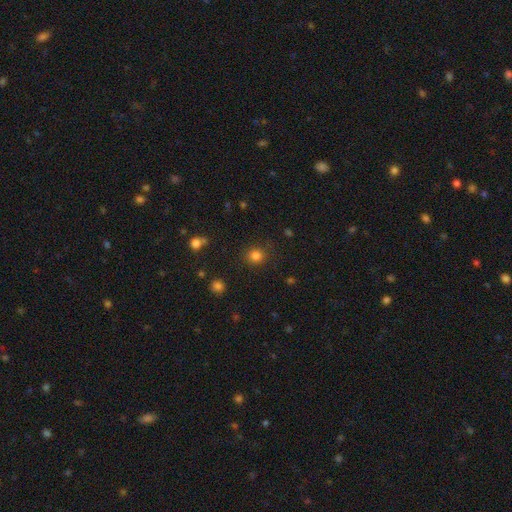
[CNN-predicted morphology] Q: Smooth or featured?
A: smooth (82%); runner-up: star or artifact (14%)
Q: How rounded?
A: round (88%); runner-up: in between (11%)
Q: Merging?
A: none (87%); runner-up: minor disturbance (8%)